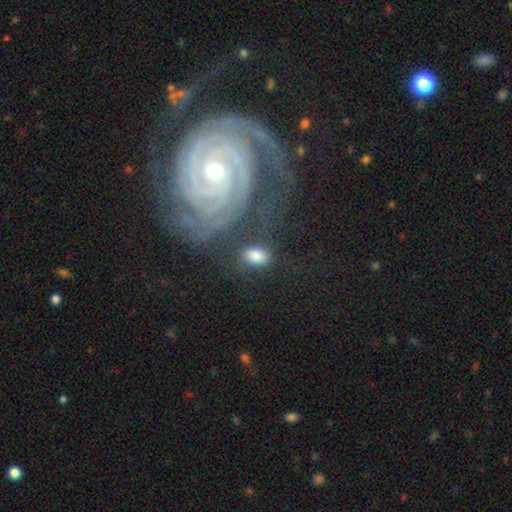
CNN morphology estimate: A smooth galaxy with no disk features (80%) that is in between round and cigar-shaped (86%). Merging: none (65%).